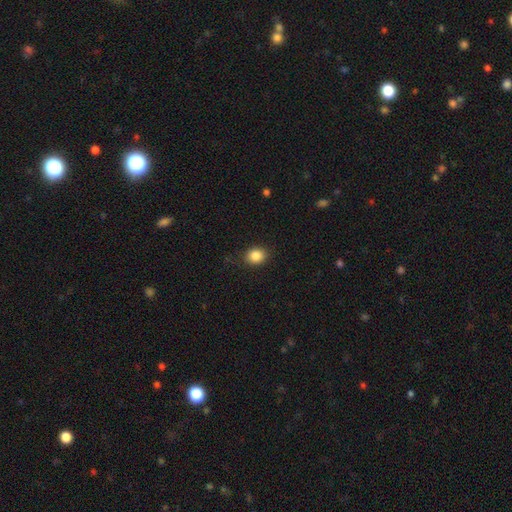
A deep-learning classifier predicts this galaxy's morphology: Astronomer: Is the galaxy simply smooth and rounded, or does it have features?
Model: smooth — 86%.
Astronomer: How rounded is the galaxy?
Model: round — 56% (runner-up: in between, 43%).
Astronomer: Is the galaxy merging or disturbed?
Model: none — 84%.